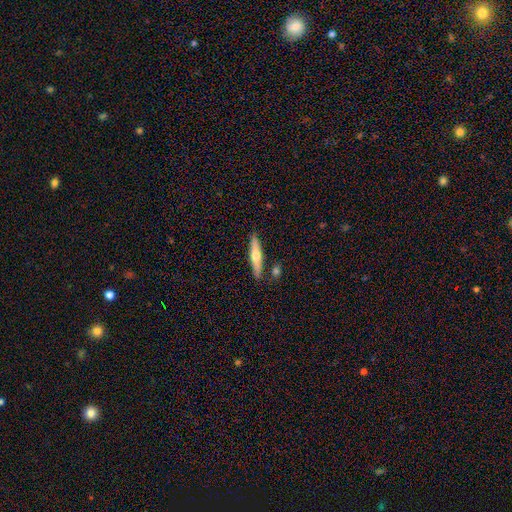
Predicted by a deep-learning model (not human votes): Overall: smooth (48%; featured or disk 47%). Merging: none (84%).